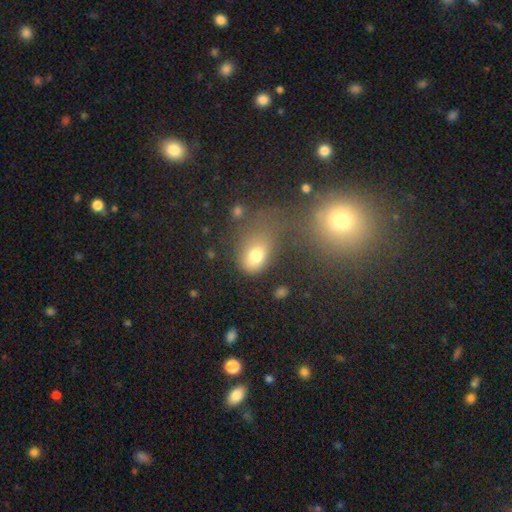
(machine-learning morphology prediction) Q: Smooth or featured?
A: smooth (75%); runner-up: star or artifact (13%)
Q: How rounded?
A: in between (70%); runner-up: round (28%)
Q: Merging?
A: none (47%); runner-up: minor disturbance (21%)